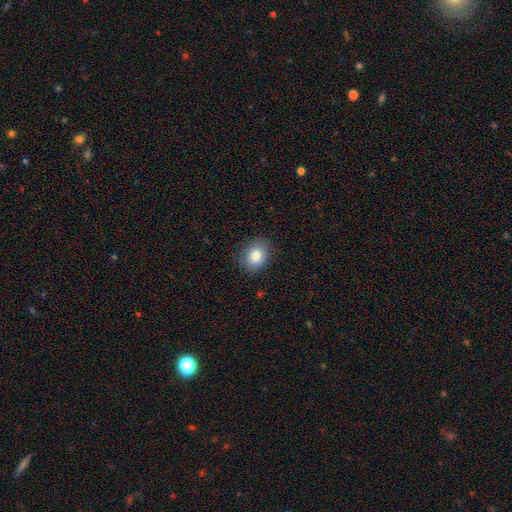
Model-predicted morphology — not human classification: smooth-or-featured: smooth: 82% | featured or disk: 9% | star or artifact: 9%
  how-rounded: round: 51% | in between: 48% | cigar-shaped: 1%
  merging: none: 85% | minor disturbance: 11% | major disturbance: 3% | merger: 1%